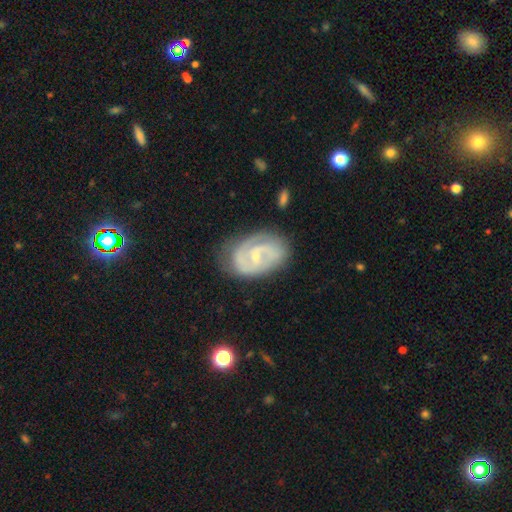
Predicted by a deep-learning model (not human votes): smooth-or-featured: featured or disk: 84% | smooth: 11% | star or artifact: 5%
  disk-edge-on: no: 97% | yes: 3%
    bar: weak: 46% | no: 42% | strong: 12%
    has-spiral-arms: yes: 94% | no: 6%
      spiral-winding: tight: 45% | medium: 43% | loose: 12%
      spiral-arm-count: 2: 73% | can't tell: 12% | 3: 6% | 1: 5% | 4: 2% | more than 4: 2%
    bulge-size: small: 66% | moderate: 29% | none: 3% | large: 1% | dominant: 1%
  merging: none: 73% | minor disturbance: 19% | major disturbance: 6% | merger: 2%